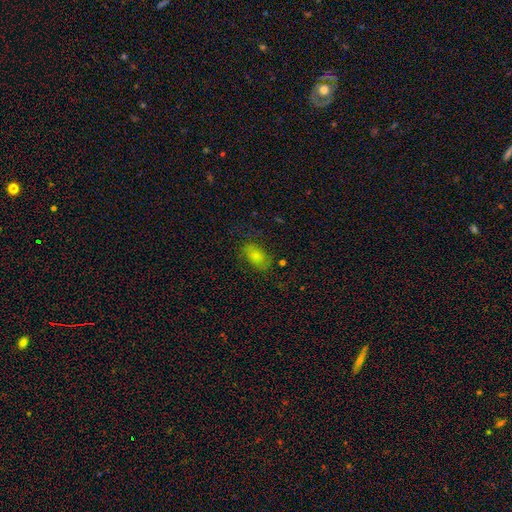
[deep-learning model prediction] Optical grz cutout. It shows a smooth galaxy with no disk features (64%) that is in between round and cigar-shaped (85%). Merging: none (72%).